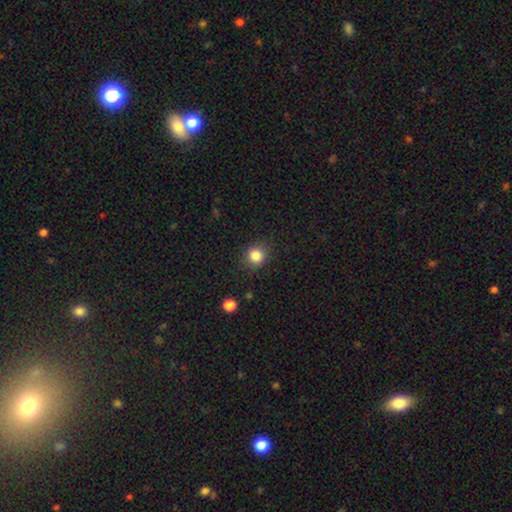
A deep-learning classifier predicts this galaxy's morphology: type=smooth (84%); roundness=round (84%); merging=none (86%).